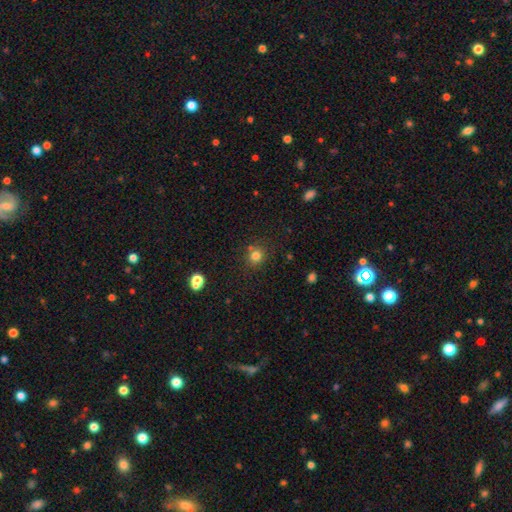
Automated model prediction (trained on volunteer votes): Smooth or featured: smooth — 78% (star or artifact — 15%)
How rounded: round — 85% (in between — 14%)
Merging: none — 77% (minor disturbance — 11%)